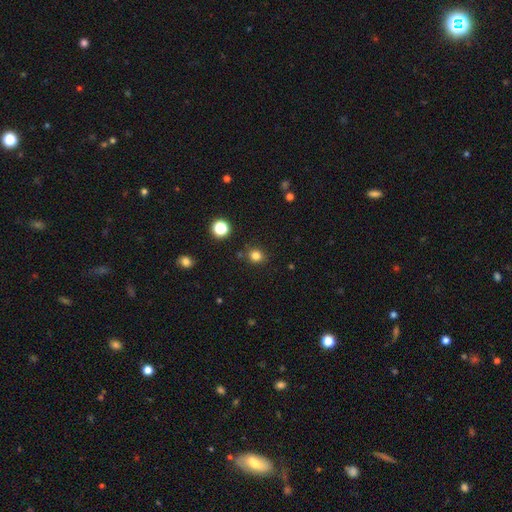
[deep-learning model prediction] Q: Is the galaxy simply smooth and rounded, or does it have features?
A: smooth — 81%.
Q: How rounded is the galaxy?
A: round — 78%.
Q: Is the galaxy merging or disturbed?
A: none — 83%.